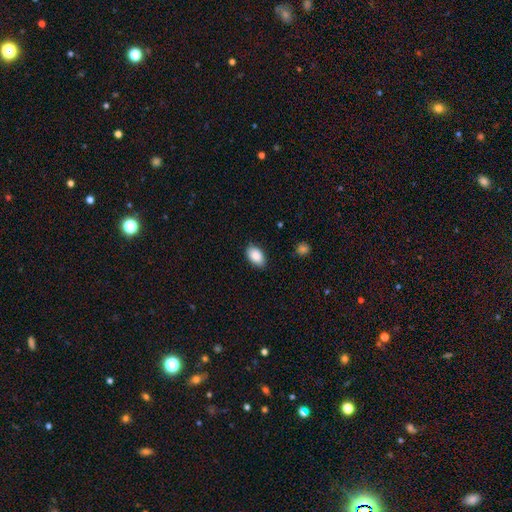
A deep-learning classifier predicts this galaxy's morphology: smooth 89%, star or artifact 7%, featured or disk 4%. Down the decision tree: how rounded — in between (92%); merging — none (84%).